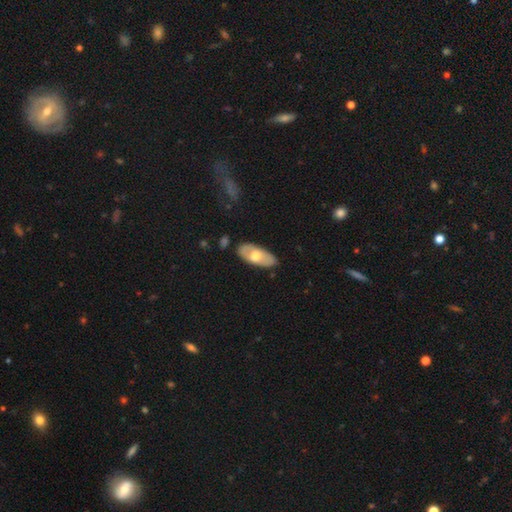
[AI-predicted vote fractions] This appears to be a smooth galaxy with no disk features (52%) that is in between round and cigar-shaped (89%). Merging: none (81%).